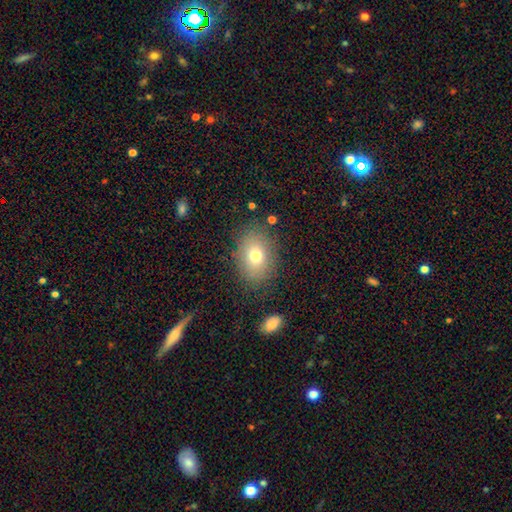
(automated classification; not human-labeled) This is likely a smooth galaxy (73%). How rounded: likely in between (68%). Merging: clearly none (82%).